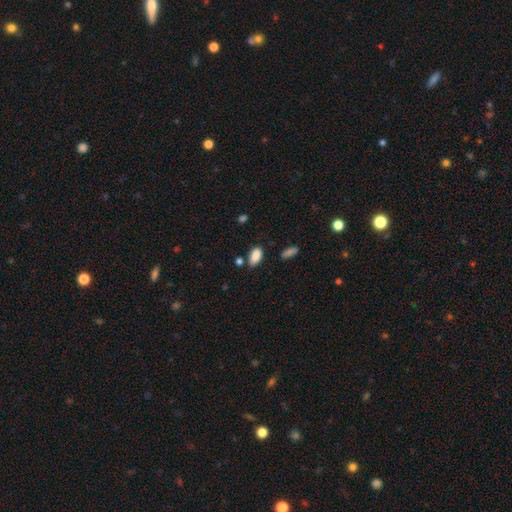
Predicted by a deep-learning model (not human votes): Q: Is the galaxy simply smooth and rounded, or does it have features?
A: smooth — 88%.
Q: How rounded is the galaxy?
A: in between — 92%.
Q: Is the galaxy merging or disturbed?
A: none — 75%.